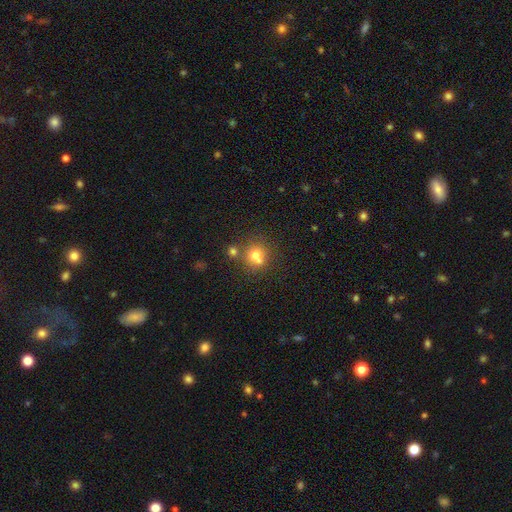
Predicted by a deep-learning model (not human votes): smooth-or-featured: smooth: 68% | featured or disk: 17% | star or artifact: 15%
  how-rounded: round: 84% | in between: 15% | cigar-shaped: 1%
  merging: none: 52% | merger: 33% | minor disturbance: 10% | major disturbance: 4%